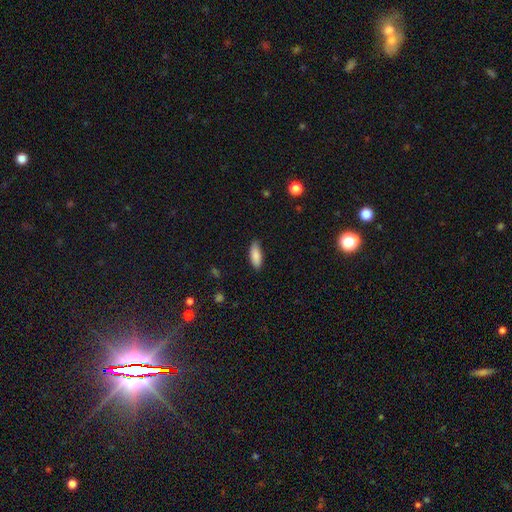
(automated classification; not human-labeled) Q: Smooth or featured?
A: smooth (88%); runner-up: featured or disk (6%)
Q: How rounded?
A: in between (75%); runner-up: cigar-shaped (24%)
Q: Merging?
A: none (83%); runner-up: minor disturbance (13%)